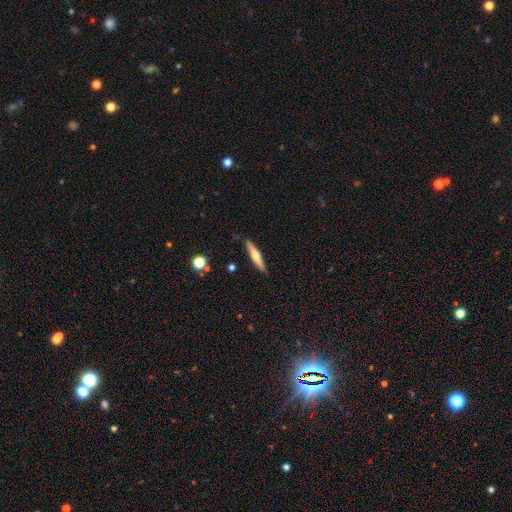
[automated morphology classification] A smooth galaxy with no disk features (48%).

Vote fractions:
- Smooth or featured? smooth: 48% / featured or disk: 46% / star or artifact: 6%
- Merging? none: 88% / minor disturbance: 9% / merger: 2% / major disturbance: 2%